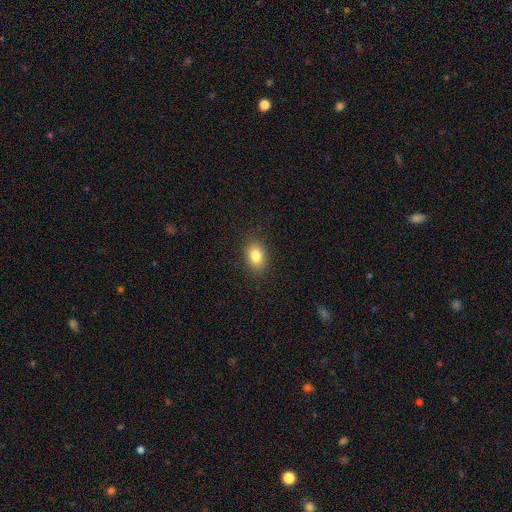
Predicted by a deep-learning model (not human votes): The model was most divided on "how rounded": in between: 77%, round: 22%, cigar-shaped: 1%. More confident: merging — none (87%); smooth or featured — smooth (83%).